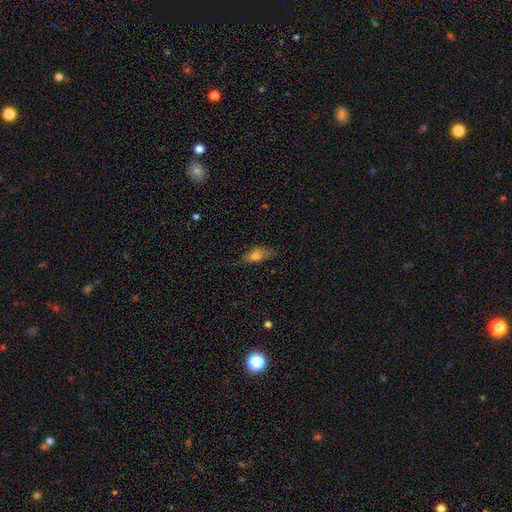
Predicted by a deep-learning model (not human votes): Overall: smooth (68%). How rounded: in between (77%). Merging: none (61%; minor disturbance 27%).